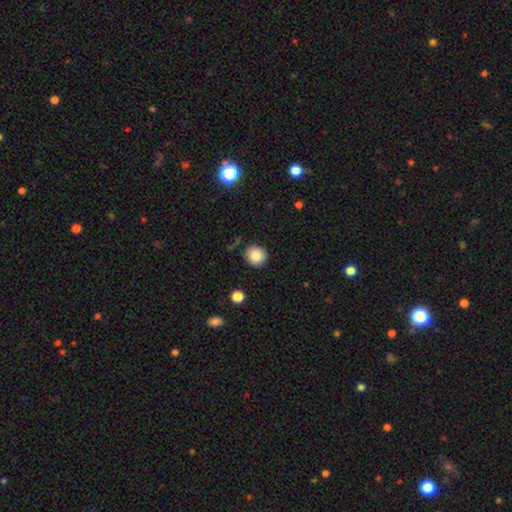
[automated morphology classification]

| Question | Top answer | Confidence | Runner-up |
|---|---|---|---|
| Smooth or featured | smooth | 87% | star or artifact (9%) |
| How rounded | round | 89% | in between (10%) |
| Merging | none | 87% | minor disturbance (8%) |